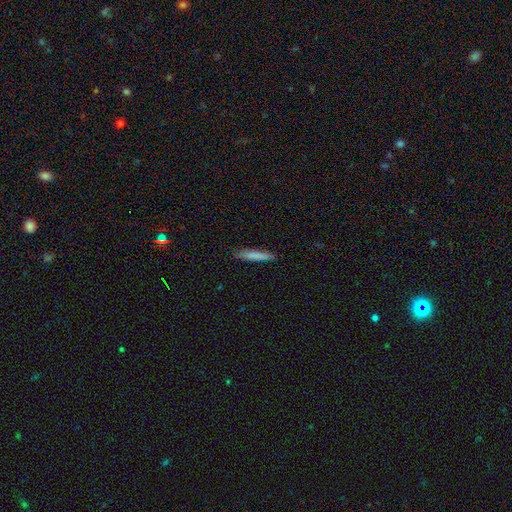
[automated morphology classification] smooth-or-featured: smooth: 80% | featured or disk: 14% | star or artifact: 6%
  how-rounded: cigar-shaped: 93% | in between: 6% | round: 1%
  merging: none: 88% | minor disturbance: 9% | major disturbance: 2% | merger: 1%